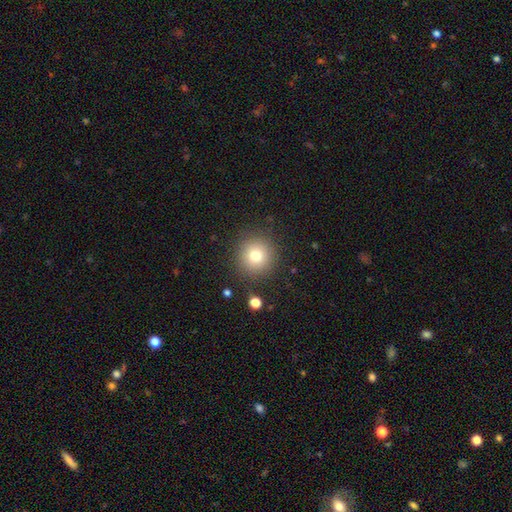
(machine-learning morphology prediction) Smooth or featured? Predicted: smooth (p=0.77). How rounded? Predicted: round (p=0.94). Merging? Predicted: none (p=0.87).